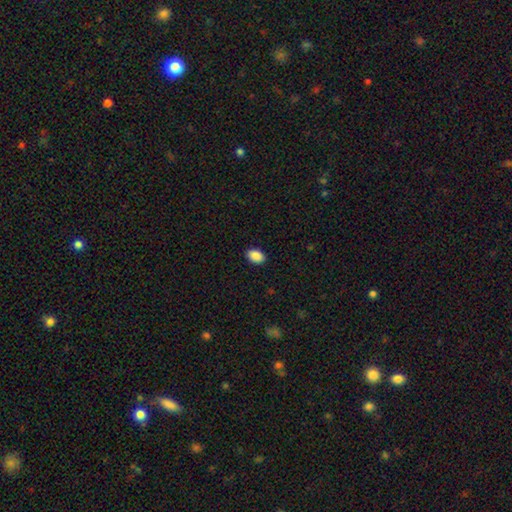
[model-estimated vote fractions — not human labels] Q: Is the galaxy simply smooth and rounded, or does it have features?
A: smooth — 89%.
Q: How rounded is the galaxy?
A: in between — 85%.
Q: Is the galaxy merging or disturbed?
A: none — 89%.